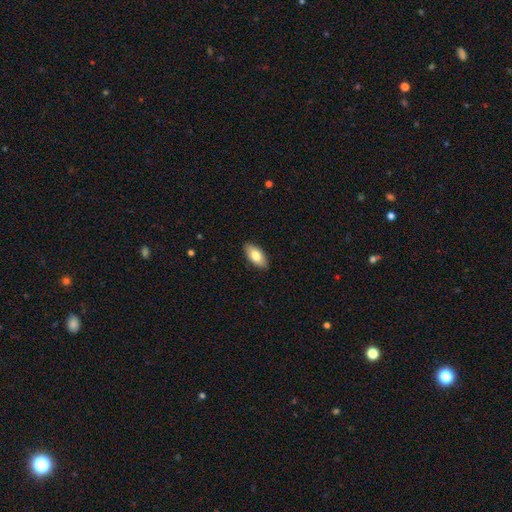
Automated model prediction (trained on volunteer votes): Overall: smooth (80%). How rounded: in between (92%). Merging: none (89%).